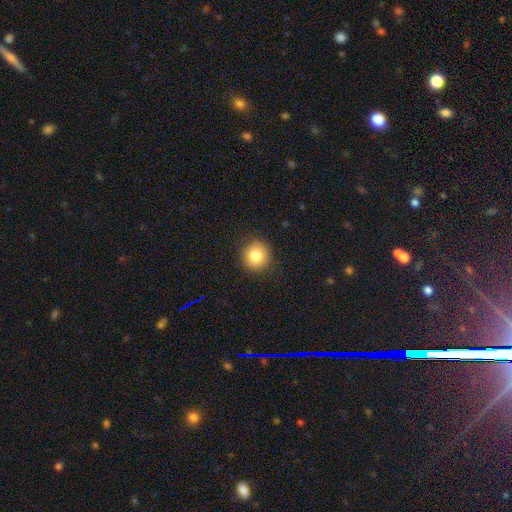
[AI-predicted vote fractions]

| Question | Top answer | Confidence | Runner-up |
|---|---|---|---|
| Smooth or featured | smooth | 83% | star or artifact (10%) |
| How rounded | round | 91% | in between (8%) |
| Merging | none | 88% | minor disturbance (9%) |